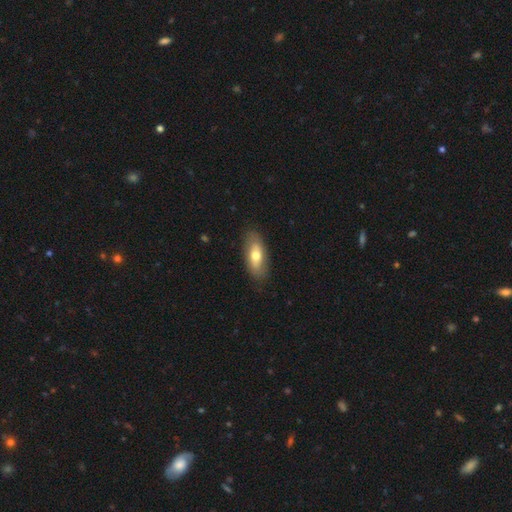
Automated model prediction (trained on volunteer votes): This is likely a smooth galaxy (64%). How rounded: likely in between (80%). Merging: clearly none (84%).